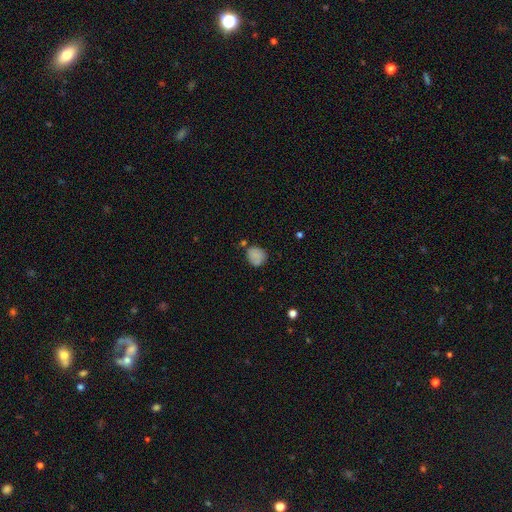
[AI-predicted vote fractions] Q: Smooth or featured?
A: smooth (80%); runner-up: star or artifact (10%)
Q: How rounded?
A: round (67%); runner-up: in between (32%)
Q: Merging?
A: none (64%); runner-up: minor disturbance (22%)